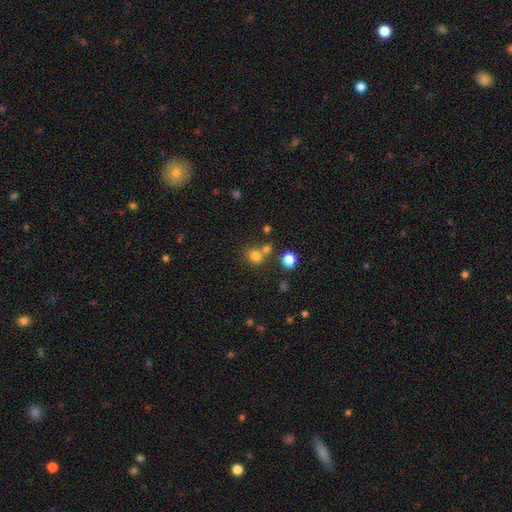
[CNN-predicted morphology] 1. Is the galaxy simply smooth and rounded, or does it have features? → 75% smooth, 17% star or artifact, 8% featured or disk.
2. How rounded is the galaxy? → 82% round, 17% in between, 1% cigar-shaped.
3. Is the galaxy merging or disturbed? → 59% none, 28% merger, 9% minor disturbance, 4% major disturbance.